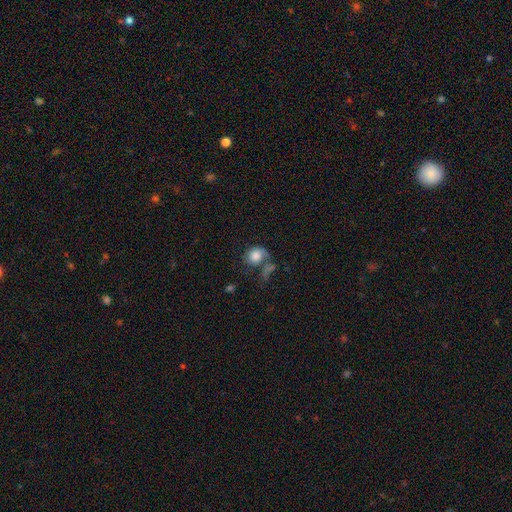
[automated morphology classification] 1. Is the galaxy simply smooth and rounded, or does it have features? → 70% smooth, 22% featured or disk, 9% star or artifact.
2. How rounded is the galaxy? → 64% round, 35% in between, 1% cigar-shaped.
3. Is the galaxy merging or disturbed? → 31% none, 28% major disturbance, 22% merger, 19% minor disturbance.